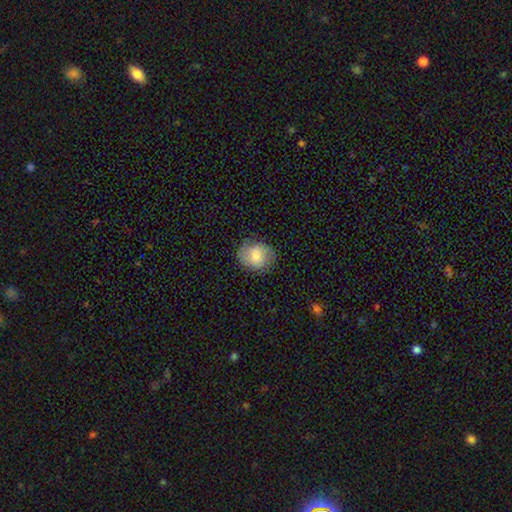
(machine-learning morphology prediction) Smooth or featured? smooth (71%)
How rounded? round (57%)
Merging? none (78%)